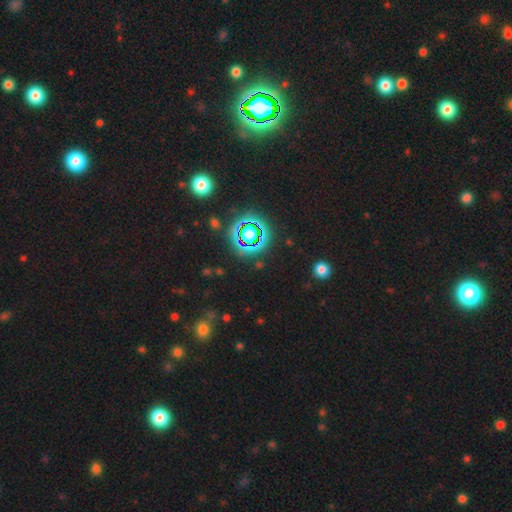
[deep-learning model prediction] The model was most divided on "smooth or featured": star or artifact: 77%, smooth: 14%, featured or disk: 9%.